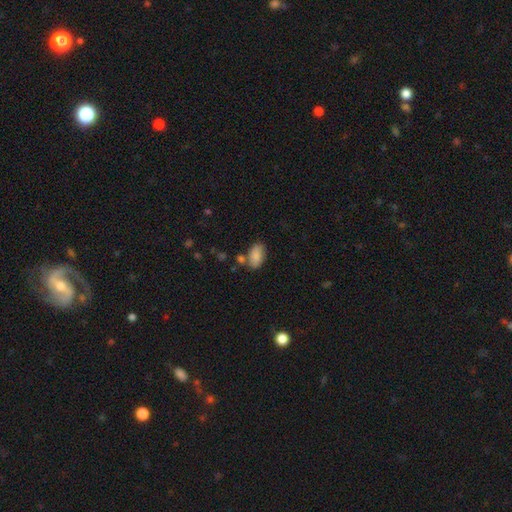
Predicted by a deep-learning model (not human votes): smooth-or-featured: smooth: 85% | star or artifact: 7% | featured or disk: 7%
  how-rounded: in between: 93% | round: 5% | cigar-shaped: 2%
  merging: none: 67% | minor disturbance: 17% | merger: 12% | major disturbance: 5%